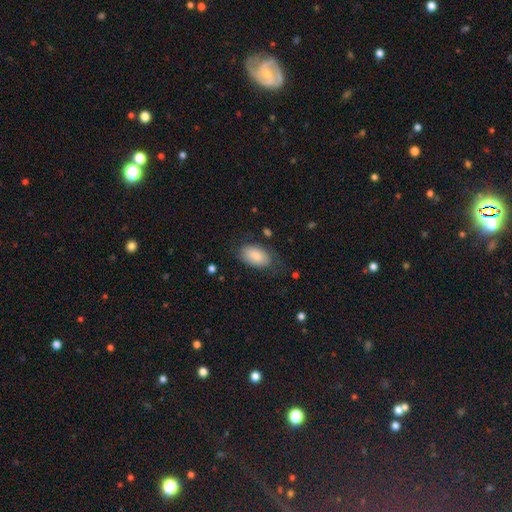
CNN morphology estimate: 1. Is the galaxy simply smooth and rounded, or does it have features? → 82% smooth, 11% featured or disk, 6% star or artifact.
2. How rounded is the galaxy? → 93% in between, 5% round, 2% cigar-shaped.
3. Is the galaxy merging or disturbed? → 64% none, 23% minor disturbance, 11% major disturbance, 2% merger.